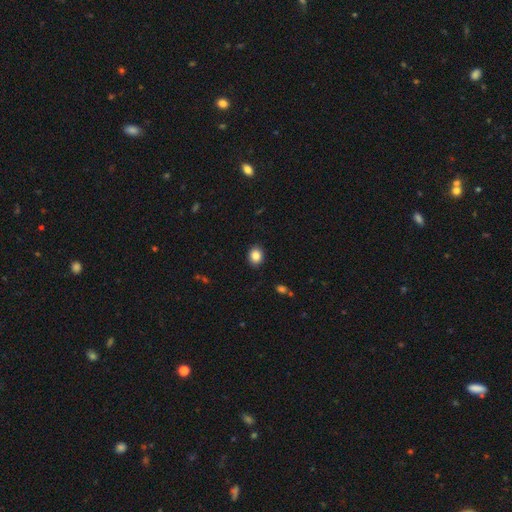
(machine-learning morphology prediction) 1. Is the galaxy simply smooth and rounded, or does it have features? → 86% smooth, 9% star or artifact, 5% featured or disk.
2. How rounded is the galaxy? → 57% round, 42% in between, 1% cigar-shaped.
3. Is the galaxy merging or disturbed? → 90% none, 7% minor disturbance, 2% major disturbance, 1% merger.